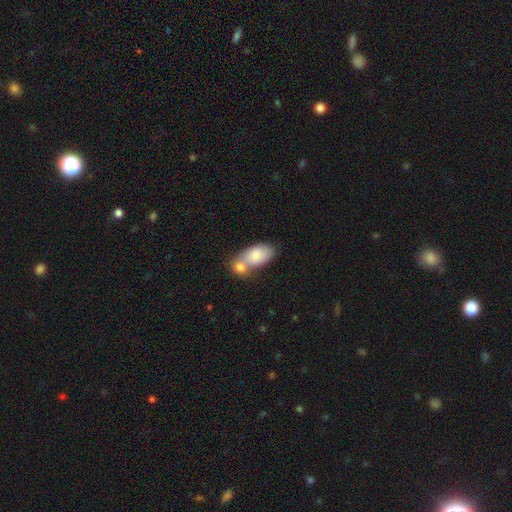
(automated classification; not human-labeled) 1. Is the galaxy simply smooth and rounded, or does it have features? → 78% smooth, 16% featured or disk, 6% star or artifact.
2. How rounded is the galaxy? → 90% in between, 7% round, 3% cigar-shaped.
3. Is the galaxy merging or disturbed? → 63% merger, 25% none, 9% minor disturbance, 4% major disturbance.